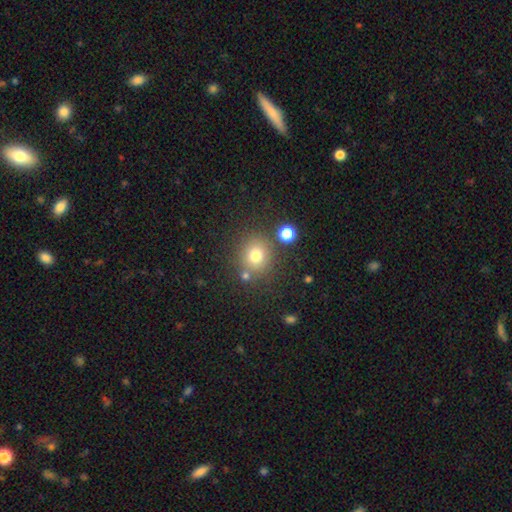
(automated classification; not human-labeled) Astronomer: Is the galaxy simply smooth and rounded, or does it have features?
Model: smooth — 76%.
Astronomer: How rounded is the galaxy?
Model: round — 83%.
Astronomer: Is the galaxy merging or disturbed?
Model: none — 77%.